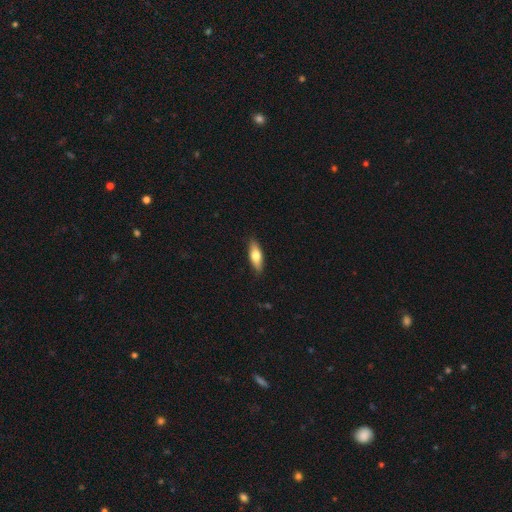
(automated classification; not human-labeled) smooth 68%, featured or disk 26%, star or artifact 6%. Down the decision tree: how rounded — in between (60%); merging — none (87%).